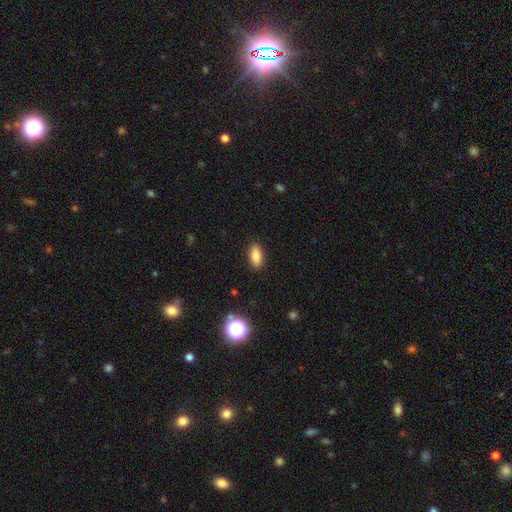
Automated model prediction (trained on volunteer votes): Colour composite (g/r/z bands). It shows a smooth galaxy with no disk features (84%) that is in between round and cigar-shaped (85%). Merging: none (89%).